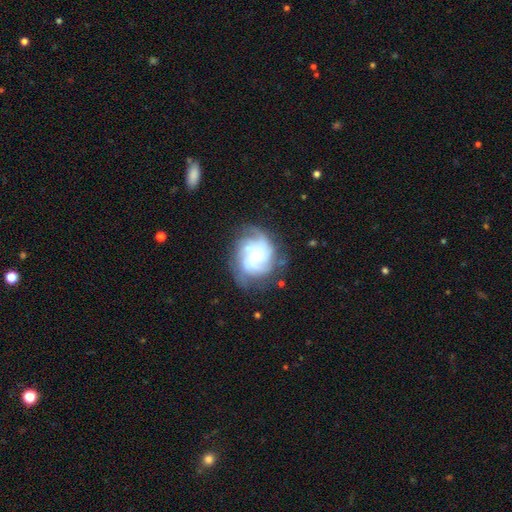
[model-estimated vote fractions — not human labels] smooth-or-featured: featured or disk: 79% | smooth: 14% | star or artifact: 7%
  disk-edge-on: no: 98% | yes: 2%
    bar: no: 71% | weak: 24% | strong: 4%
    has-spiral-arms: yes: 94% | no: 6%
      spiral-winding: tight: 56% | medium: 34% | loose: 10%
      spiral-arm-count: can't tell: 27% | 3: 25% | 4: 25% | 2: 11% | more than 4: 7% | 1: 5%
    bulge-size: small: 67% | moderate: 20% | none: 8% | large: 3% | dominant: 1%
  merging: none: 65% | minor disturbance: 20% | major disturbance: 12% | merger: 3%